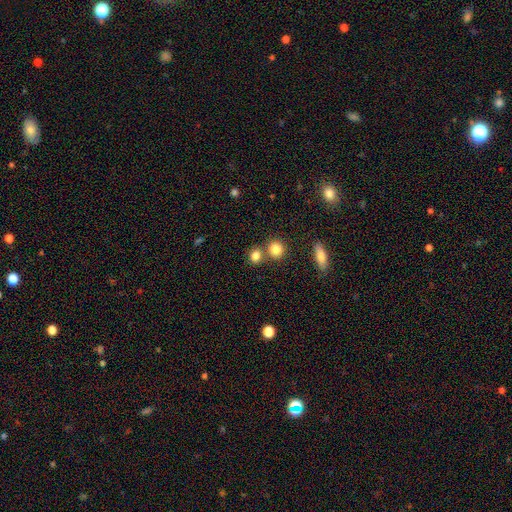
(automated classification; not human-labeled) A smooth galaxy with no disk features (83%) that is round (77%).

Vote fractions:
- Smooth or featured? smooth: 83% / star or artifact: 11% / featured or disk: 6%
- How rounded? round: 77% / in between: 22% / cigar-shaped: 2%
- Merging? none: 61% / merger: 28% / minor disturbance: 8% / major disturbance: 3%